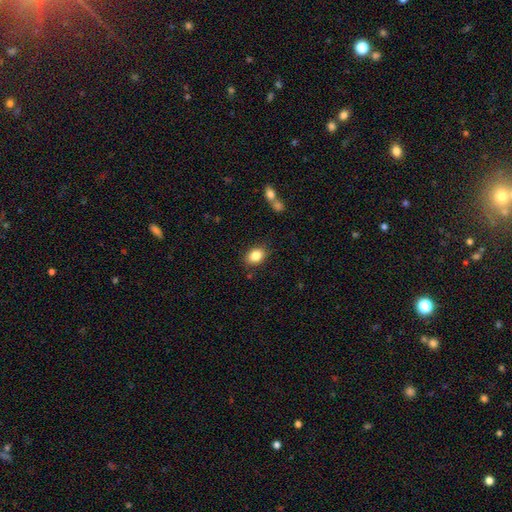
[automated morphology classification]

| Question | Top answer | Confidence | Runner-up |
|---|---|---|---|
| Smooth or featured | smooth | 84% | star or artifact (9%) |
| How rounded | in between | 70% | round (28%) |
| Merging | none | 83% | minor disturbance (11%) |